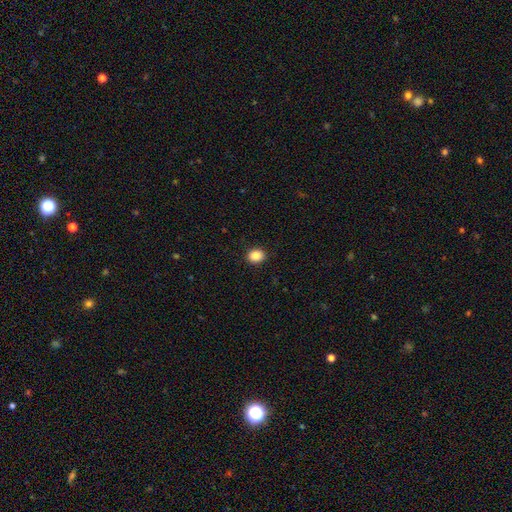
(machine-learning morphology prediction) A smooth galaxy with no disk features (88%) that is round (64%). Merging: none (91%).